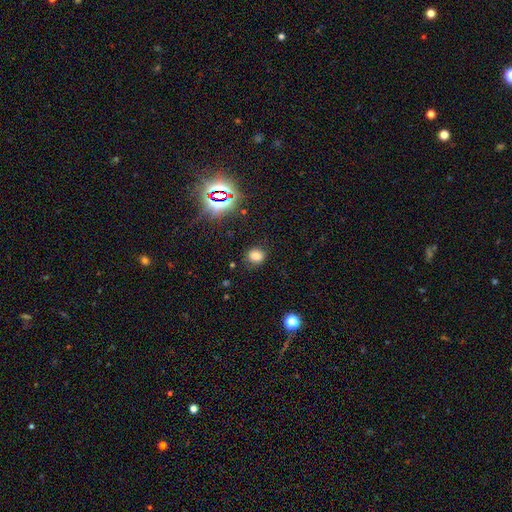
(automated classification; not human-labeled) Smooth or featured? smooth (73%)
How rounded? round (75%)
Merging? none (80%)